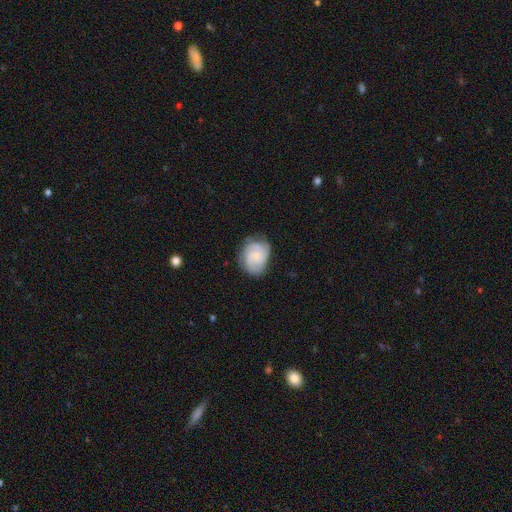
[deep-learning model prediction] Overall: featured or disk (68%). Edge-on disk: no (98%). Bar: no (71%). Spiral arms: yes (94%). Spiral arm count: 3 (40%; can't tell 22%). Spiral winding: tight (55%; medium 35%). Bulge size: small (50%; none 33%). Merging: none (71%).